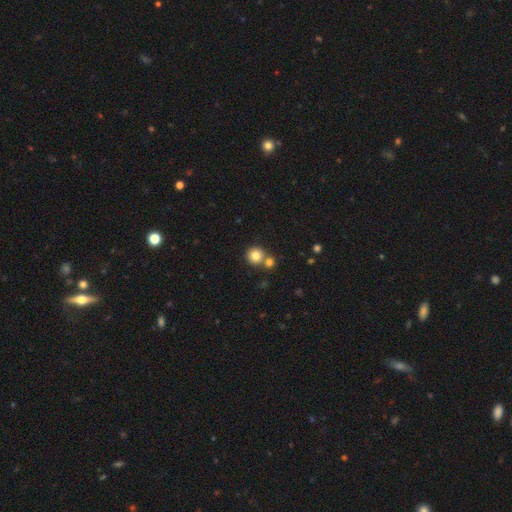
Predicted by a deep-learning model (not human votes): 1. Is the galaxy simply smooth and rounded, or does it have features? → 81% smooth, 11% star or artifact, 8% featured or disk.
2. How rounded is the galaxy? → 92% round, 7% in between, 1% cigar-shaped.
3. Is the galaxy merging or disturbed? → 62% none, 29% merger, 7% minor disturbance, 2% major disturbance.